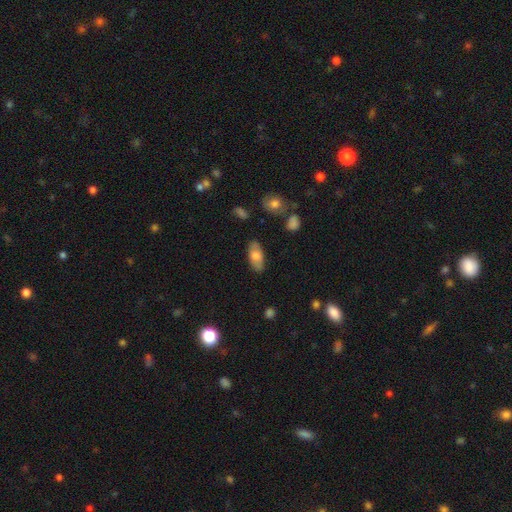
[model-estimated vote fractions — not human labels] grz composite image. It shows a smooth galaxy with no disk features (72%) that is in between round and cigar-shaped (88%). Merging: none (83%).